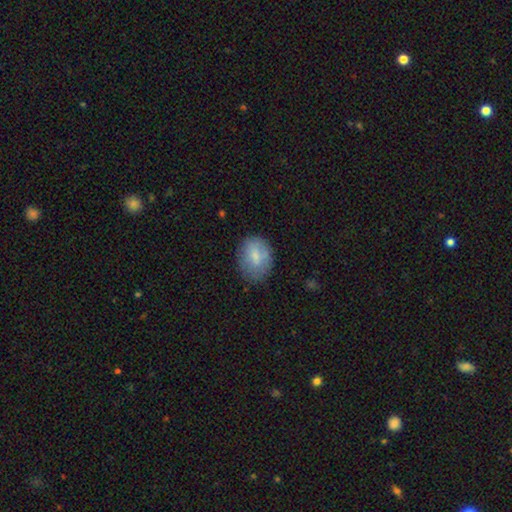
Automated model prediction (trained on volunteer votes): A smooth galaxy with no disk features (74%) that is in between round and cigar-shaped (67%). Merging: none (73%).